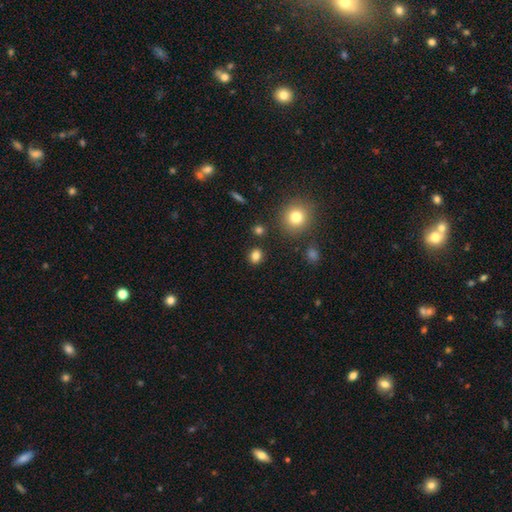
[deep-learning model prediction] The model was most divided on "how rounded": round: 68%, in between: 31%, cigar-shaped: 1%. More confident: merging — none (85%); smooth or featured — smooth (81%).